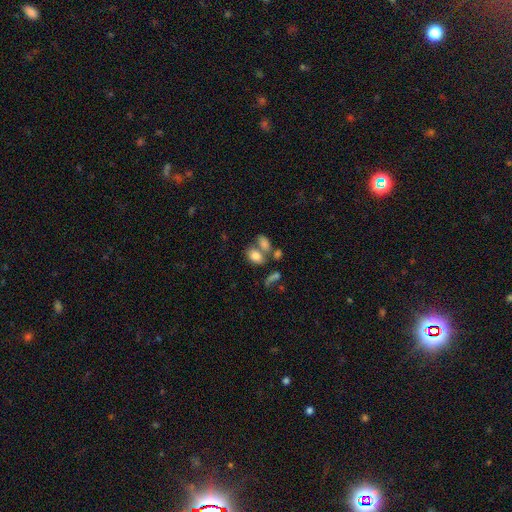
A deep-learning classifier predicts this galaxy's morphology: A smooth galaxy with no disk features (77%) that is in between round and cigar-shaped (75%). Merging: merger (39%).